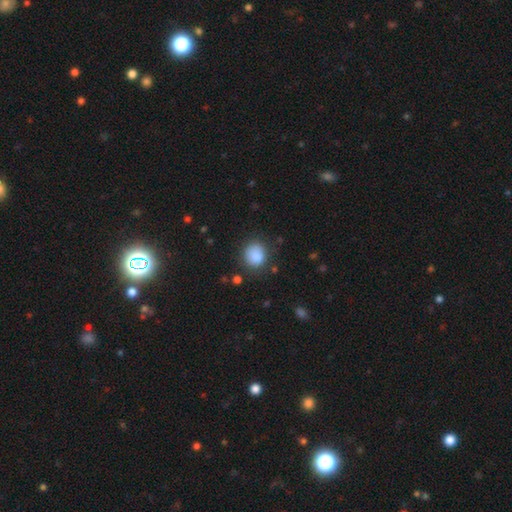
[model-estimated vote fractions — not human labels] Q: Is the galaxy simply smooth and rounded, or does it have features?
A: smooth — 85%.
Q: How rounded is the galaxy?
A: round — 80%.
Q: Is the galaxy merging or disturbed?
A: none — 76%.